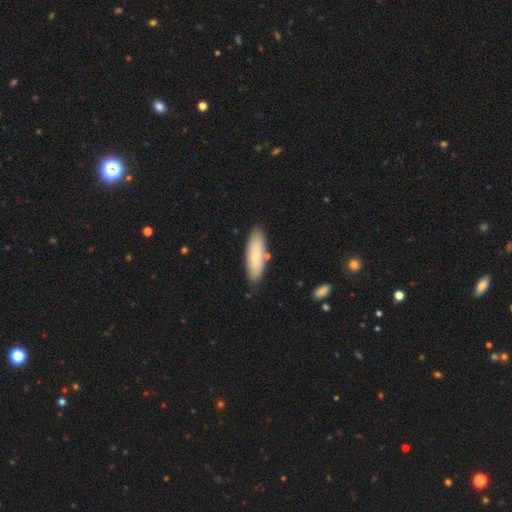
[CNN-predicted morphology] A smooth galaxy with no disk features (74%) that is cigar-shaped (53%).

Vote fractions:
- Smooth or featured? smooth: 74% / featured or disk: 20% / star or artifact: 6%
- How rounded? cigar-shaped: 53% / in between: 45% / round: 2%
- Merging? none: 82% / minor disturbance: 12% / merger: 4% / major disturbance: 2%